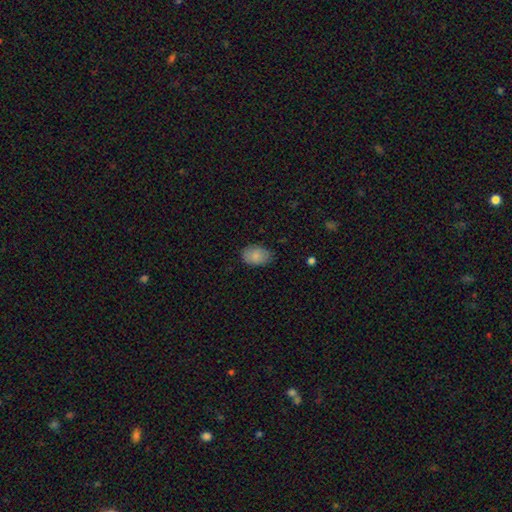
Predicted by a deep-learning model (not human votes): Q: Smooth or featured?
A: smooth (86%); runner-up: star or artifact (7%)
Q: How rounded?
A: in between (86%); runner-up: round (13%)
Q: Merging?
A: none (79%); runner-up: minor disturbance (17%)